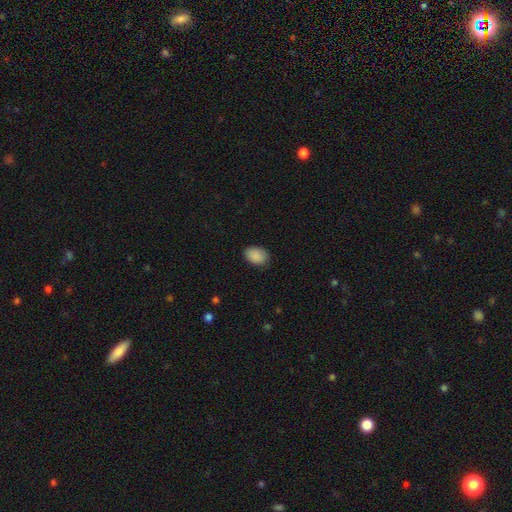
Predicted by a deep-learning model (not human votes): This appears to be a smooth galaxy with no disk features (90%) that is in between round and cigar-shaped (78%). Merging: none (84%).